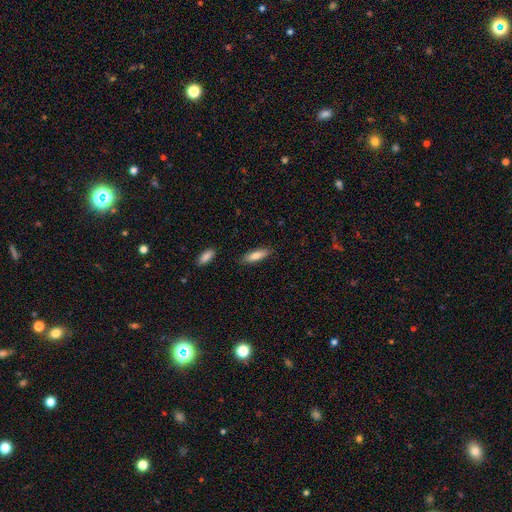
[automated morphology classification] A smooth galaxy with no disk features (80%) that is cigar-shaped (55%). Merging: none (85%).